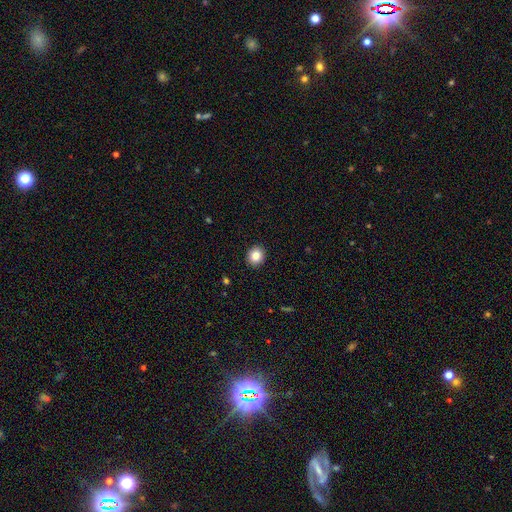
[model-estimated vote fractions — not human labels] Overall: smooth (86%). How rounded: round (74%). Merging: none (92%).